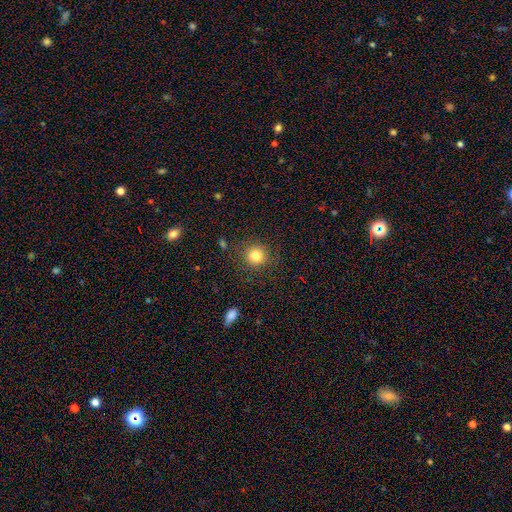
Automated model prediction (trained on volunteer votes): This is clearly a smooth galaxy (82%). How rounded: clearly round (91%). Merging: clearly none (87%).